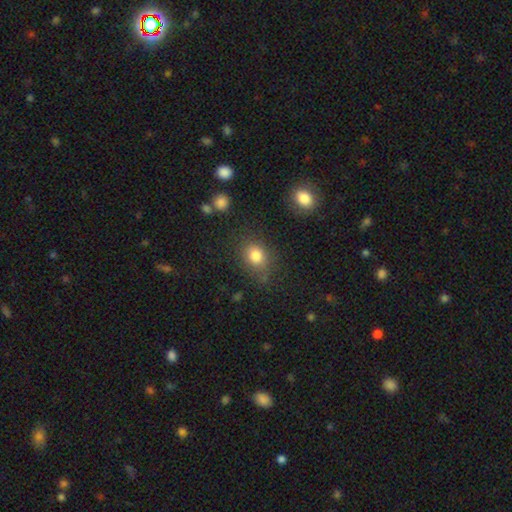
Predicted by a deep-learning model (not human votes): Q: Smooth or featured?
A: smooth (81%); runner-up: star or artifact (11%)
Q: How rounded?
A: round (50%); runner-up: in between (49%)
Q: Merging?
A: none (74%); runner-up: minor disturbance (17%)